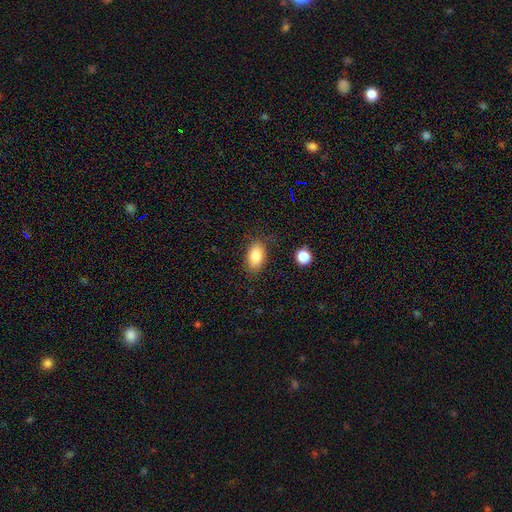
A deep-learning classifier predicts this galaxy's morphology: Smooth or featured?
  - smooth: 85% *
  - star or artifact: 8%
  - featured or disk: 7%
How rounded?
  - in between: 91% *
  - round: 7%
  - cigar-shaped: 2%
Merging?
  - none: 79% *
  - minor disturbance: 14%
  - major disturbance: 4%
  - merger: 2%